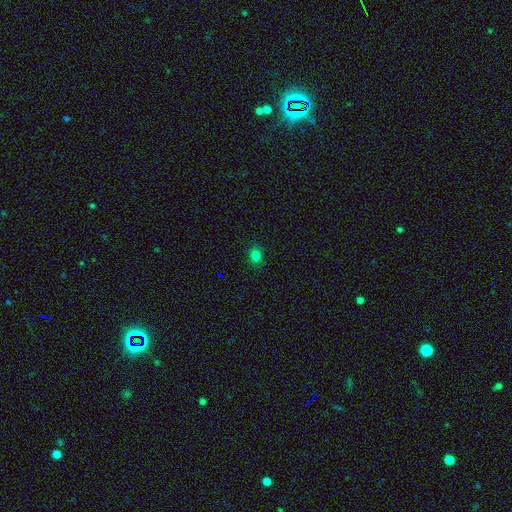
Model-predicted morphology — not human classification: Smooth or featured: smooth — 80% (star or artifact — 15%)
How rounded: in between — 56% (round — 43%)
Merging: none — 86% (minor disturbance — 11%)